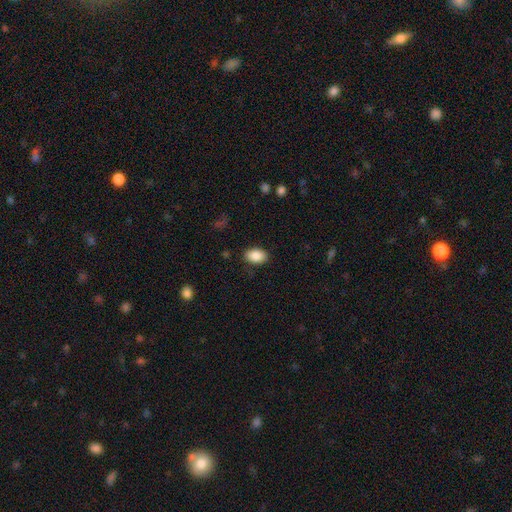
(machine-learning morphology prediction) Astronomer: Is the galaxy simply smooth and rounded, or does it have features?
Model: smooth — 88%.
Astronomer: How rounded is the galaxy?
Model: in between — 87%.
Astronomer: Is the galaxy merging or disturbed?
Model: none — 86%.